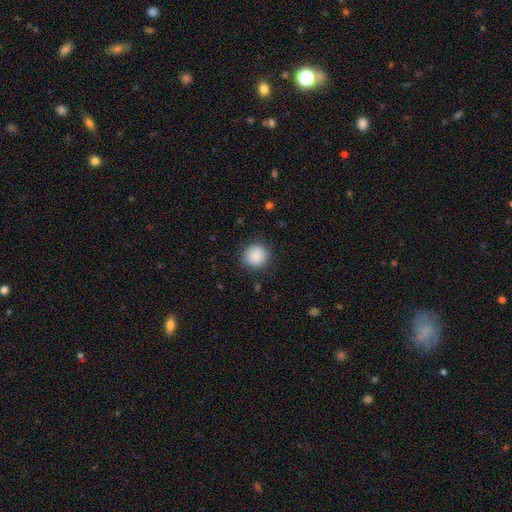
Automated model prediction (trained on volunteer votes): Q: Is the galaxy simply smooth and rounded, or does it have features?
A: smooth — 89%.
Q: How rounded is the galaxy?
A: round — 92%.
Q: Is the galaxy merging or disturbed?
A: none — 89%.